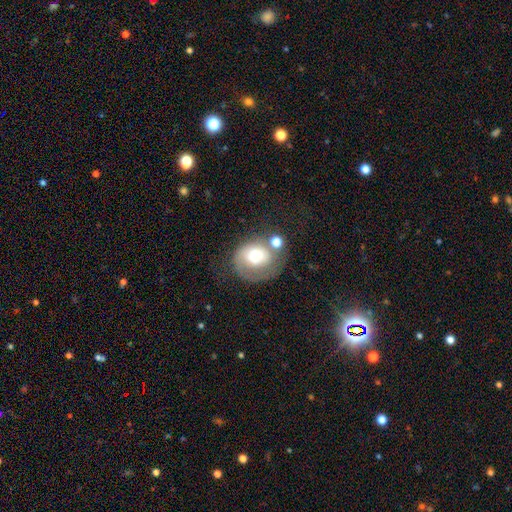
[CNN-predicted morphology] type=featured or disk (48%); merging=none (38%).